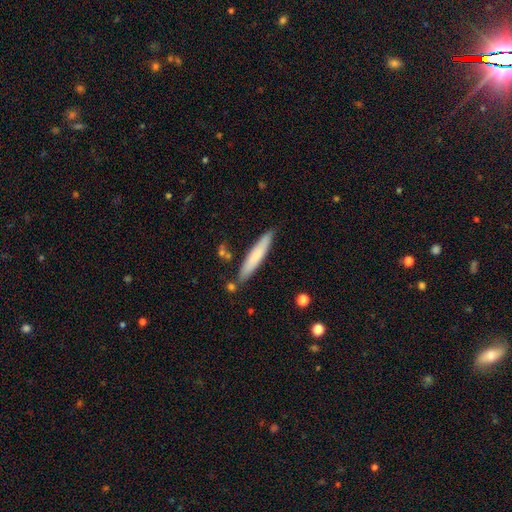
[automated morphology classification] Smooth or featured?
  - smooth: 70% *
  - featured or disk: 24%
  - star or artifact: 6%
How rounded?
  - cigar-shaped: 93% *
  - in between: 6%
  - round: 1%
Merging?
  - none: 84% *
  - minor disturbance: 11%
  - merger: 3%
  - major disturbance: 2%